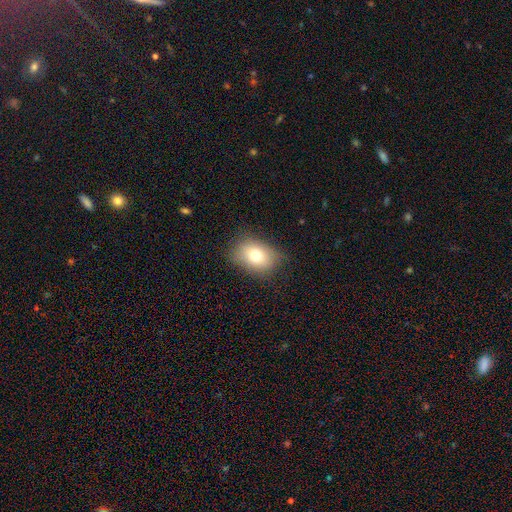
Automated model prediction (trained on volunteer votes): The model was most divided on "how rounded": in between: 72%, round: 27%, cigar-shaped: 1%. More confident: merging — none (79%); smooth or featured — smooth (75%).